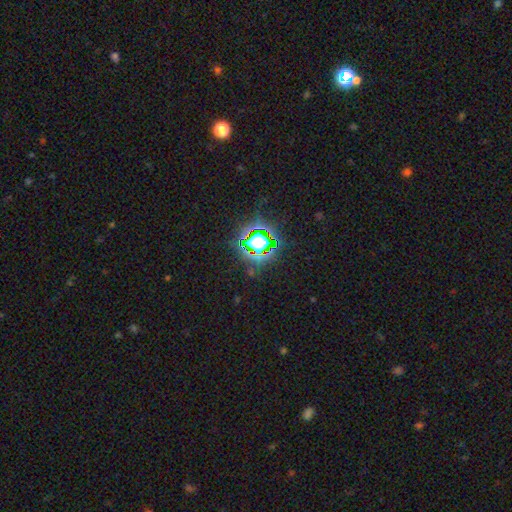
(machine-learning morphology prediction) The model was most divided on "smooth or featured": star or artifact: 79%, smooth: 13%, featured or disk: 8%.